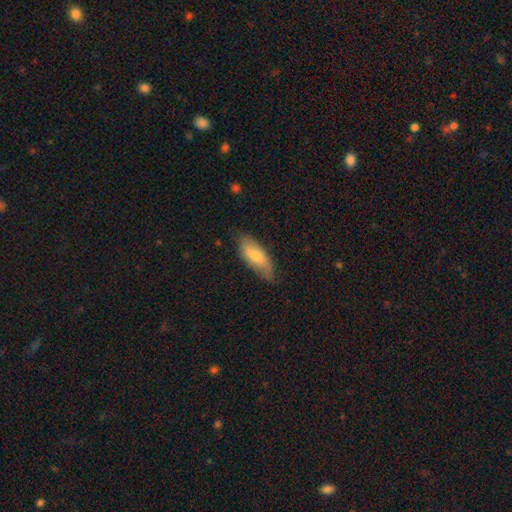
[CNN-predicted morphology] smooth_or_featured: smooth (p=0.68) [alt: featured or disk p=0.26]
how_rounded: in between (p=0.81) [alt: cigar-shaped p=0.17]
merging: none (p=0.73) [alt: minor disturbance p=0.22]